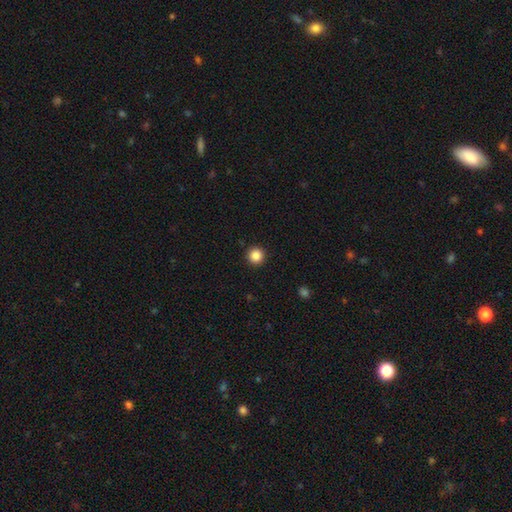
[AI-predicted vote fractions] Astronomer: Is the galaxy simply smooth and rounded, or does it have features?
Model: smooth — 86%.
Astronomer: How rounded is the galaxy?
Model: round — 96%.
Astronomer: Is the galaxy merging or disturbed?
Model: none — 93%.